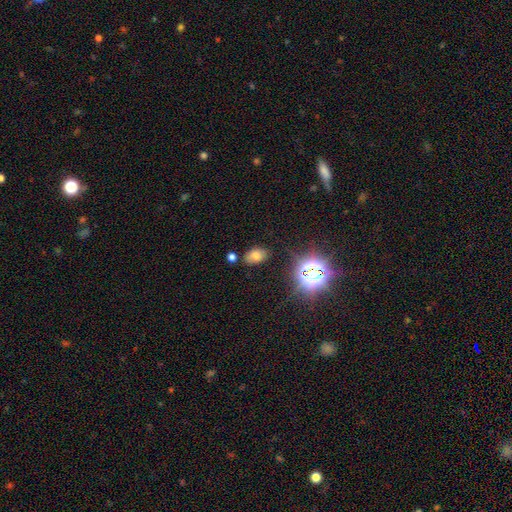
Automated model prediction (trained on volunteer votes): Smooth or featured?
  - smooth: 66% *
  - star or artifact: 21%
  - featured or disk: 13%
How rounded?
  - in between: 82% *
  - round: 17%
  - cigar-shaped: 1%
Merging?
  - none: 82% *
  - minor disturbance: 11%
  - merger: 4%
  - major disturbance: 3%